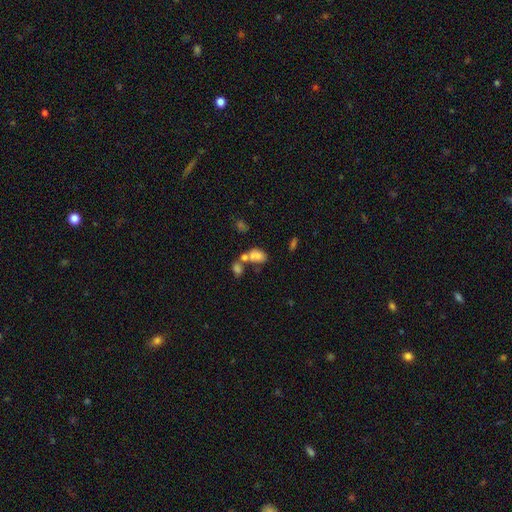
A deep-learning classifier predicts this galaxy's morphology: type=smooth (72%); roundness=in between (79%); merging=merger (51%).